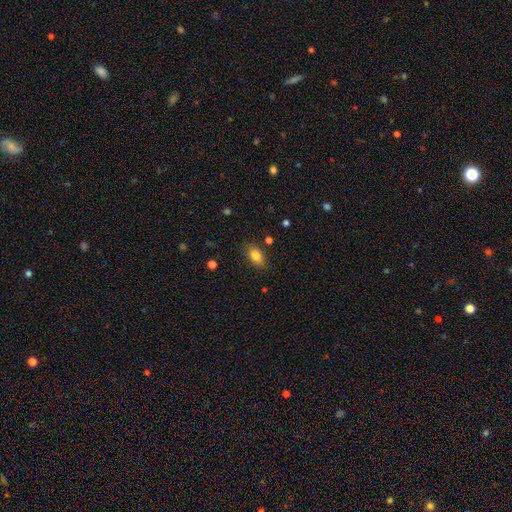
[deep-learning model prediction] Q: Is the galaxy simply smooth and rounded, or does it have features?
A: smooth — 82%.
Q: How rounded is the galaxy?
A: in between — 87%.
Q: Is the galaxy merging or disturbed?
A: none — 83%.